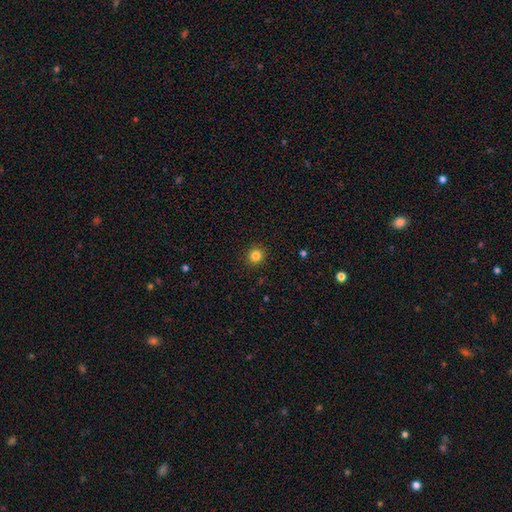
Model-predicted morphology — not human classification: This appears to be a smooth galaxy with no disk features (84%) that is round (91%). Merging: none (92%).